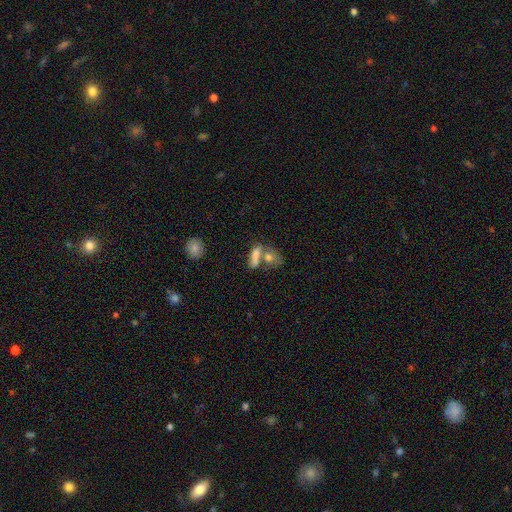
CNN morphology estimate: Q: Smooth or featured?
A: smooth (71%); runner-up: featured or disk (18%)
Q: How rounded?
A: in between (56%); runner-up: cigar-shaped (30%)
Q: Merging?
A: merger (51%); runner-up: none (32%)